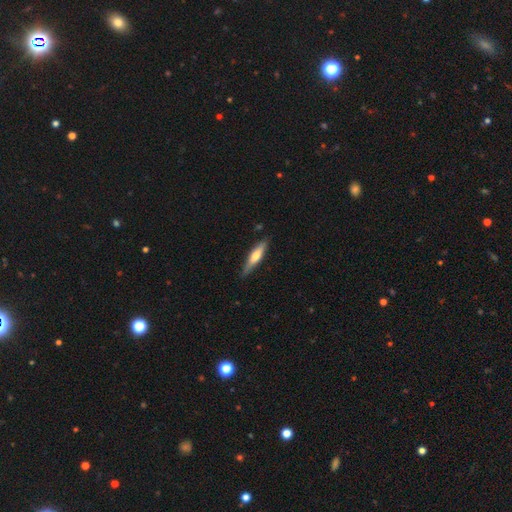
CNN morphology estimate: This is possibly a smooth galaxy (51%). How rounded: likely cigar-shaped (80%). Merging: clearly none (81%).